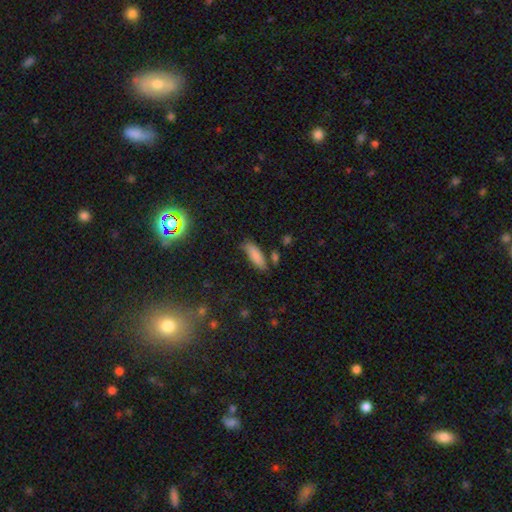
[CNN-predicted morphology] type=smooth (83%); roundness=in between (57%); merging=none (68%).